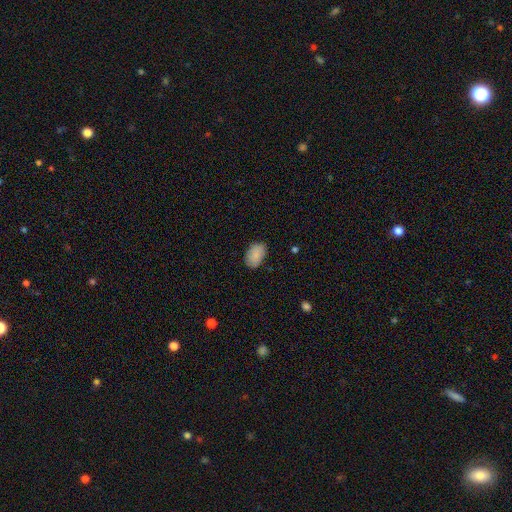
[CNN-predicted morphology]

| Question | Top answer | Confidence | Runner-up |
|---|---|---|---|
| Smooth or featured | smooth | 88% | star or artifact (7%) |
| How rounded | in between | 89% | round (10%) |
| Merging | none | 82% | minor disturbance (14%) |